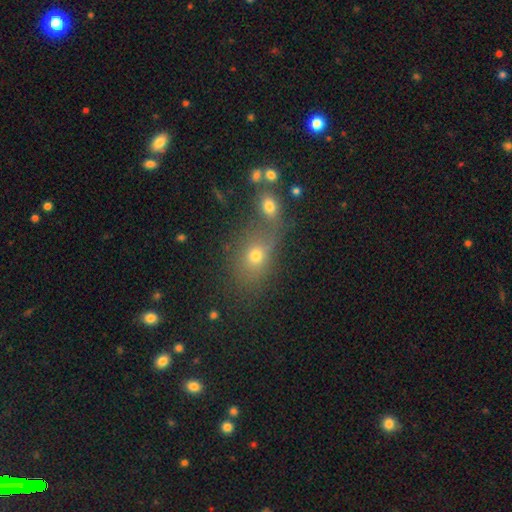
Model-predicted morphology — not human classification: smooth 65%, star or artifact 20%, featured or disk 15%. Down the decision tree: how rounded — in between (57%); merging — none (47%).